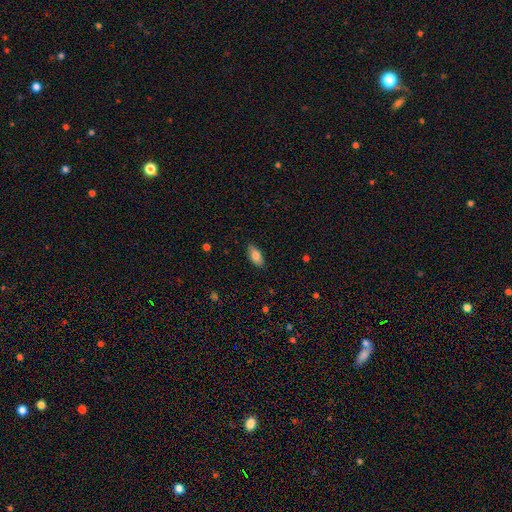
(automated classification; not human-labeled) A smooth galaxy with no disk features (81%) that is in between round and cigar-shaped (88%). Merging: none (85%).